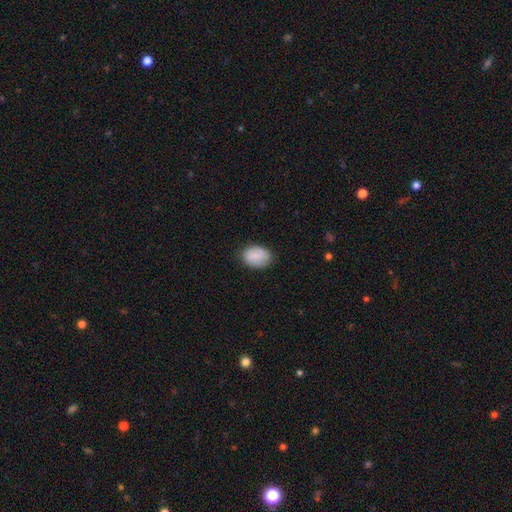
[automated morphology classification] This is clearly a smooth galaxy (86%). How rounded: likely in between (78%). Merging: clearly none (80%).